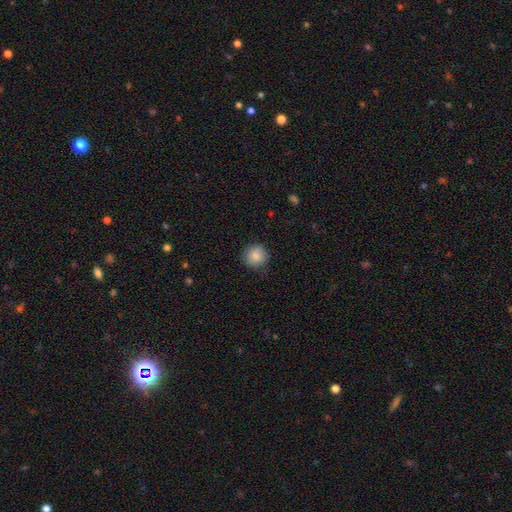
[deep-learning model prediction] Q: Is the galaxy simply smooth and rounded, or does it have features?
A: smooth — 86%.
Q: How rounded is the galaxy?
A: round — 91%.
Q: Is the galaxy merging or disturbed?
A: none — 84%.